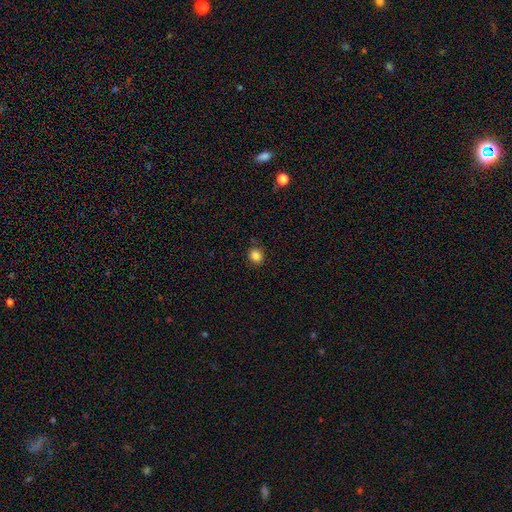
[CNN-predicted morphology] smooth-or-featured: smooth: 84% | star or artifact: 11% | featured or disk: 4%
  how-rounded: round: 78% | in between: 21% | cigar-shaped: 1%
  merging: none: 85% | minor disturbance: 10% | major disturbance: 3% | merger: 2%